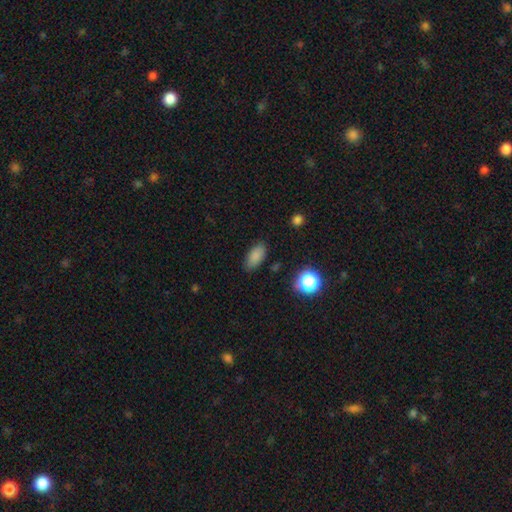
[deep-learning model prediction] Smooth or featured?
  - smooth: 84% *
  - star or artifact: 11%
  - featured or disk: 5%
How rounded?
  - in between: 90% *
  - cigar-shaped: 5%
  - round: 5%
Merging?
  - none: 84% *
  - minor disturbance: 11%
  - major disturbance: 3%
  - merger: 2%